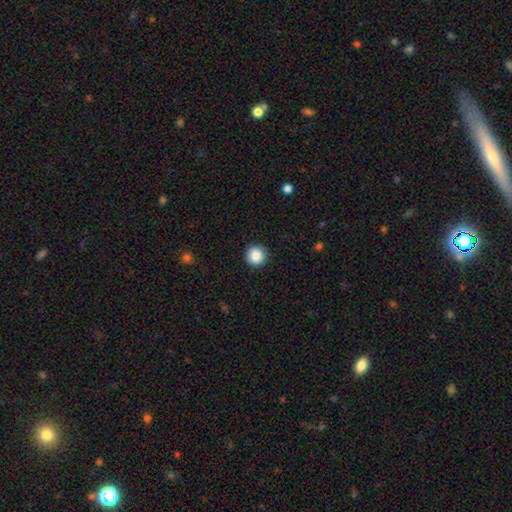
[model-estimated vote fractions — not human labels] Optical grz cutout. It shows a smooth galaxy with no disk features (87%) that is round (95%). Merging: none (92%).